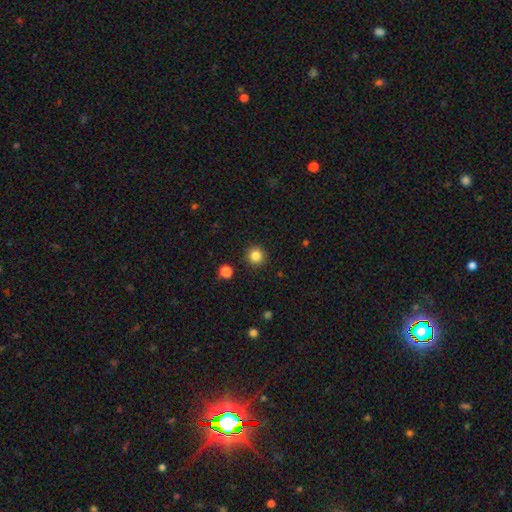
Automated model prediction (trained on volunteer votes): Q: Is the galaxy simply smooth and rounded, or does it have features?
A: smooth — 84%.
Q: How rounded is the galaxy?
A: round — 95%.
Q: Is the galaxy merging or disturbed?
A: none — 92%.